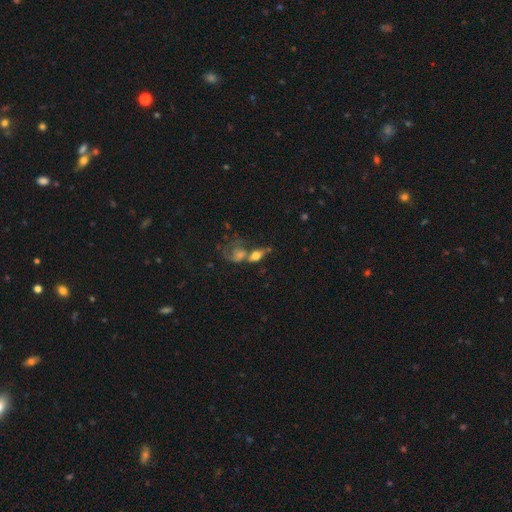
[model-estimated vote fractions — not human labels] Smooth or featured? smooth (56%)
How rounded? in between (69%)
Merging? merger (51%)